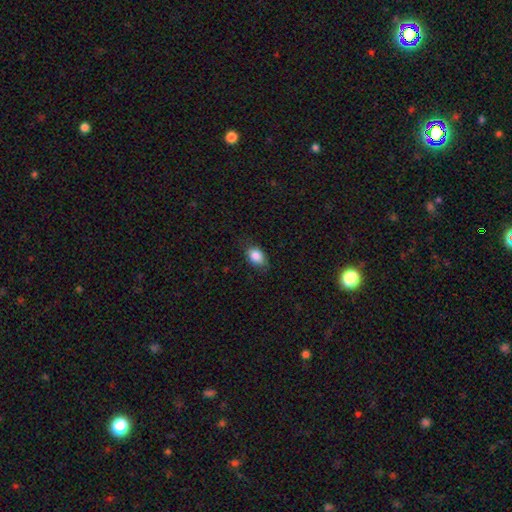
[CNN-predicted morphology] Smooth or featured? Predicted: smooth (p=0.85). How rounded? Predicted: in between (p=0.81). Merging? Predicted: none (p=0.74).